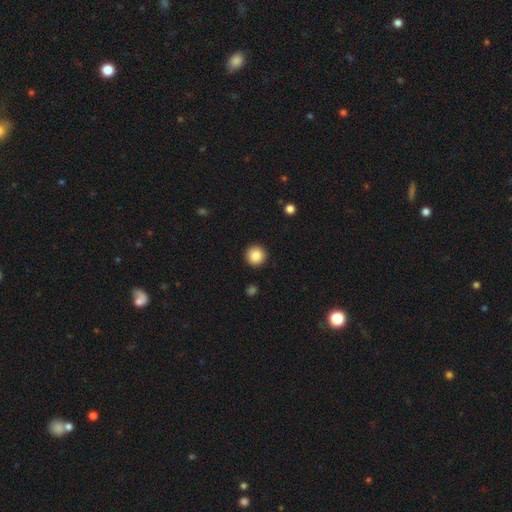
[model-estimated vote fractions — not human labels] Morphology: type=smooth (88%); roundness=round (94%); merging=none (92%).